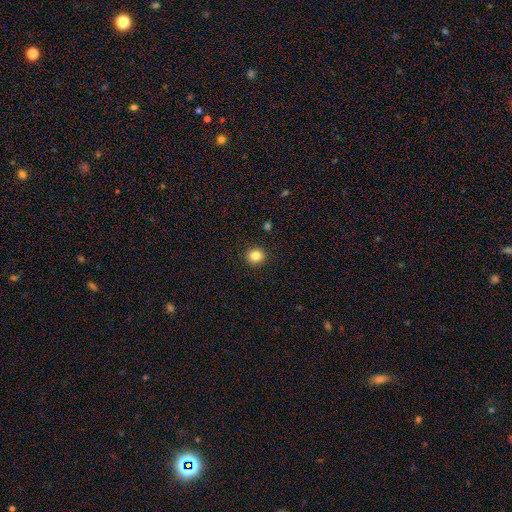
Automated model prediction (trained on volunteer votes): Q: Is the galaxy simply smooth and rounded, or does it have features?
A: smooth — 84%.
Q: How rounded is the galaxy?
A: round — 91%.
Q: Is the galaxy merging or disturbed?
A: none — 92%.